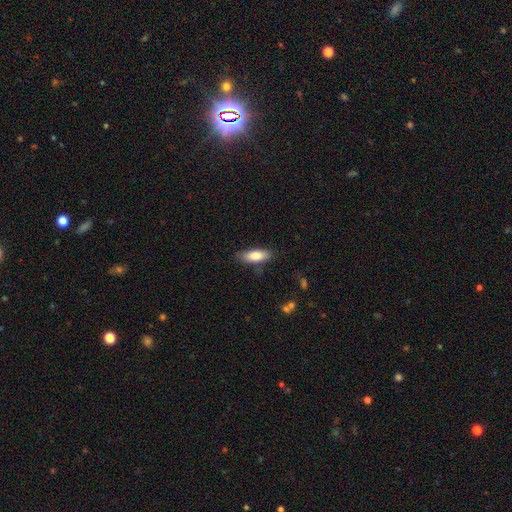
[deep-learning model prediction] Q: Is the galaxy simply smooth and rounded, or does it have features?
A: smooth — 79%.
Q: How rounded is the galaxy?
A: in between — 67%.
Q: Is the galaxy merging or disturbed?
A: none — 79%.